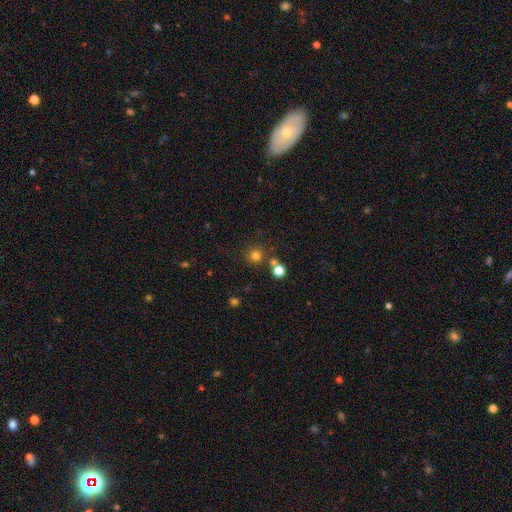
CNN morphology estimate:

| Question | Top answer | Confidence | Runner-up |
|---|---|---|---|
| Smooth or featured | smooth | 76% | star or artifact (18%) |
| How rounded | round | 93% | in between (6%) |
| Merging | none | 78% | merger (12%) |